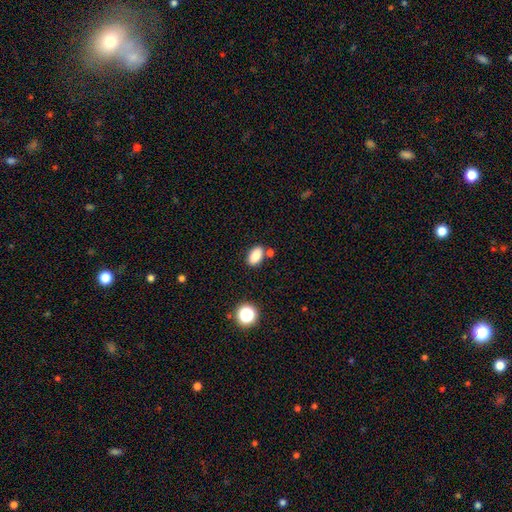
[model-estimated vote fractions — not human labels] Morphology: type=smooth (85%); roundness=in between (90%); merging=none (77%).